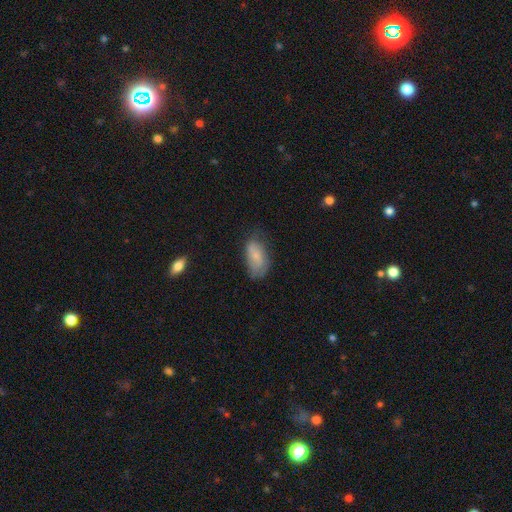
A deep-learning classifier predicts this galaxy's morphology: smooth-or-featured: smooth: 68% | featured or disk: 25% | star or artifact: 7%
  how-rounded: in between: 92% | cigar-shaped: 4% | round: 4%
  merging: none: 53% | minor disturbance: 33% | major disturbance: 11% | merger: 2%